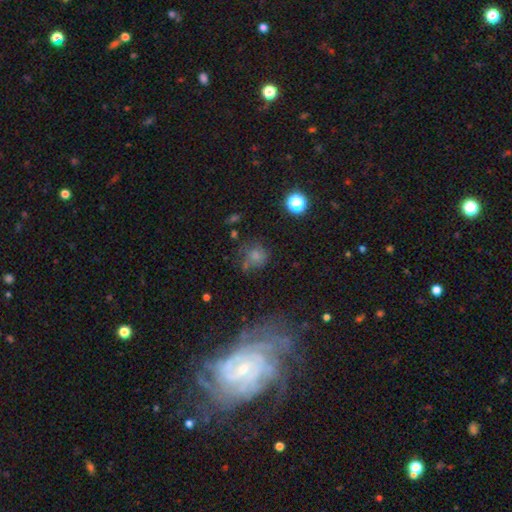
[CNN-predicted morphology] Q: Smooth or featured?
A: smooth (63%); runner-up: star or artifact (20%)
Q: How rounded?
A: round (76%); runner-up: in between (23%)
Q: Merging?
A: none (53%); runner-up: minor disturbance (22%)